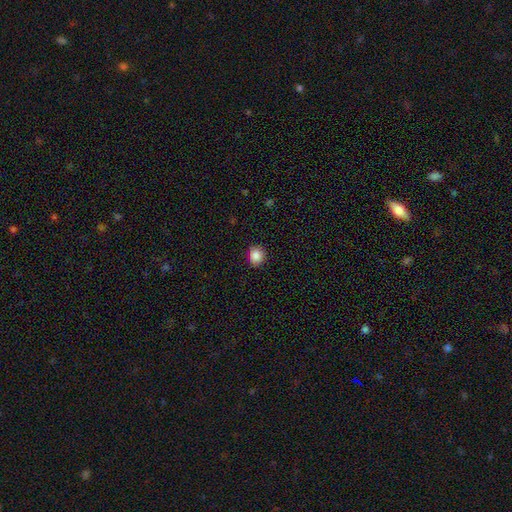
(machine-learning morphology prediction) This appears to be a smooth galaxy with no disk features (87%) that is round (82%). Merging: none (89%).